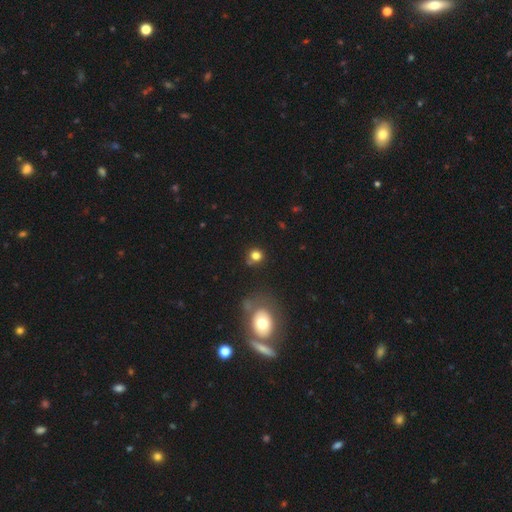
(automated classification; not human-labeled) Smooth or featured?
  - smooth: 78% *
  - star or artifact: 14%
  - featured or disk: 8%
How rounded?
  - round: 89% *
  - in between: 10%
  - cigar-shaped: 1%
Merging?
  - none: 75% *
  - minor disturbance: 11%
  - merger: 9%
  - major disturbance: 5%